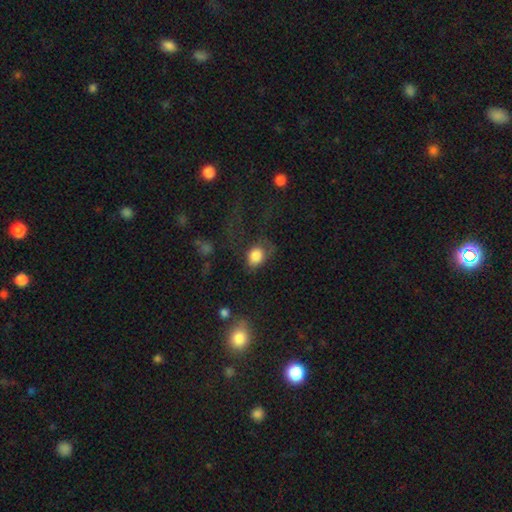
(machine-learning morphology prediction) Smooth or featured? smooth (81%)
How rounded? round (50%)
Merging? none (44%)